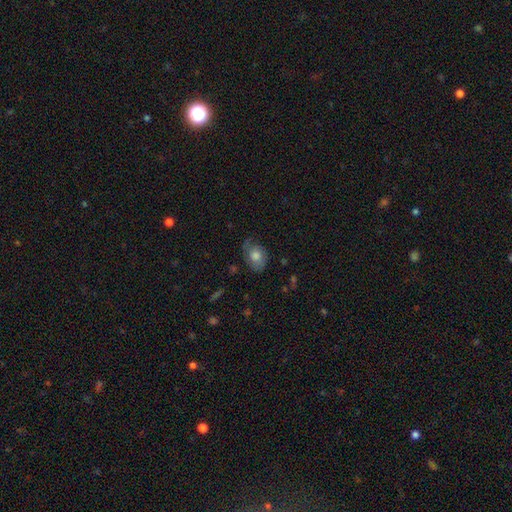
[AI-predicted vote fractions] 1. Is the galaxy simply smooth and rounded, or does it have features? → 65% smooth, 27% featured or disk, 8% star or artifact.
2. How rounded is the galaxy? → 70% in between, 29% round, 1% cigar-shaped.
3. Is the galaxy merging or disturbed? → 58% none, 28% minor disturbance, 12% major disturbance, 2% merger.